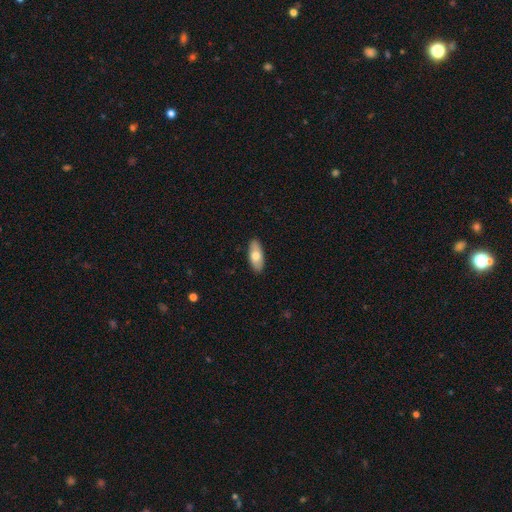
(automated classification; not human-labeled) Smooth or featured?
  - smooth: 71% *
  - featured or disk: 24%
  - star or artifact: 6%
How rounded?
  - in between: 85% *
  - cigar-shaped: 12%
  - round: 2%
Merging?
  - none: 89% *
  - minor disturbance: 8%
  - major disturbance: 2%
  - merger: 1%